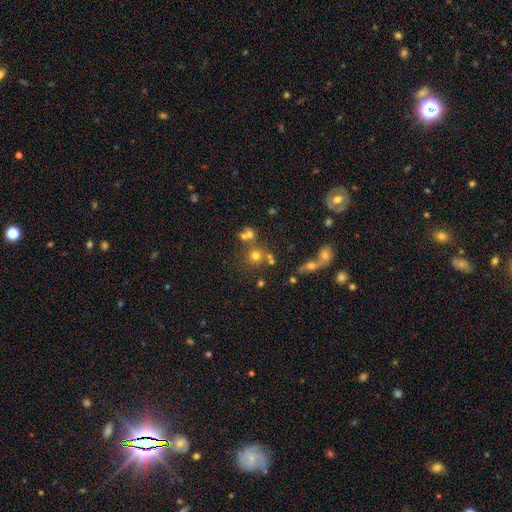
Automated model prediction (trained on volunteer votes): Morphology: type=smooth (67%); roundness=round (88%); merging=none (59%).